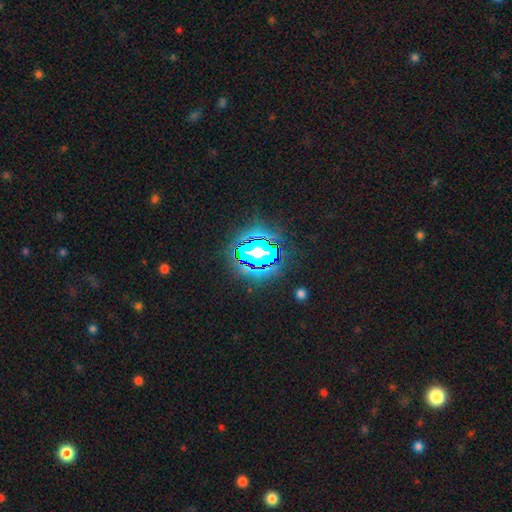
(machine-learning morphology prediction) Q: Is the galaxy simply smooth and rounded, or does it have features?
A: star or artifact — 80%.